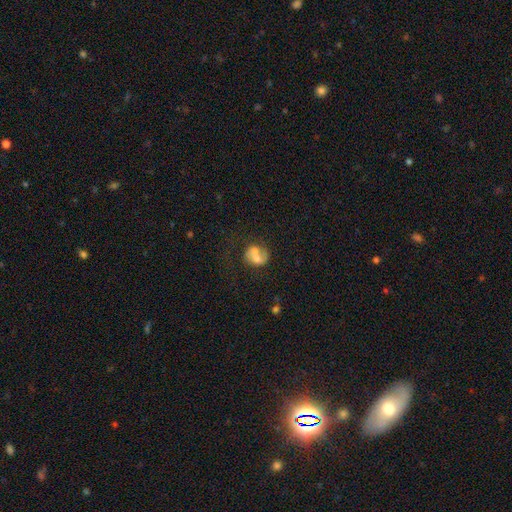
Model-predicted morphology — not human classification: smooth_or_featured: smooth (p=0.54) [alt: featured or disk p=0.36]
how_rounded: round (p=0.60) [alt: in between p=0.39]
merging: merger (p=0.46) [alt: none p=0.30]